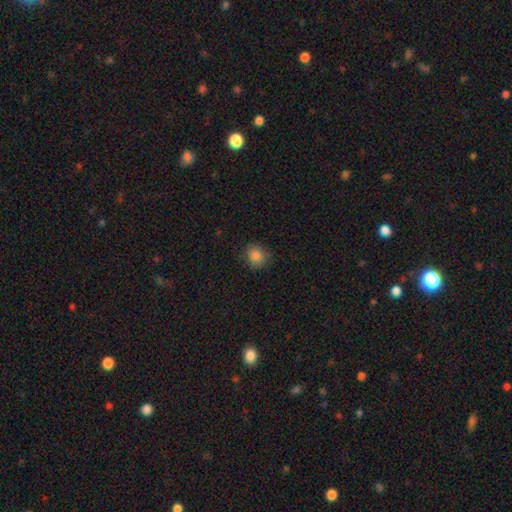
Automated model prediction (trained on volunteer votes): Smooth or featured? Predicted: smooth (p=0.85). How rounded? Predicted: round (p=0.80). Merging? Predicted: none (p=0.84).